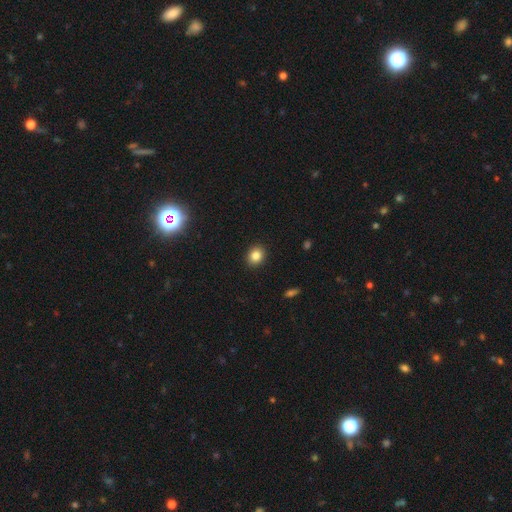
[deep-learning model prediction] A smooth galaxy with no disk features (84%) that is round (62%).

Vote fractions:
- Smooth or featured? smooth: 84% / star or artifact: 10% / featured or disk: 6%
- How rounded? round: 62% / in between: 37% / cigar-shaped: 1%
- Merging? none: 91% / minor disturbance: 6% / major disturbance: 2% / merger: 1%